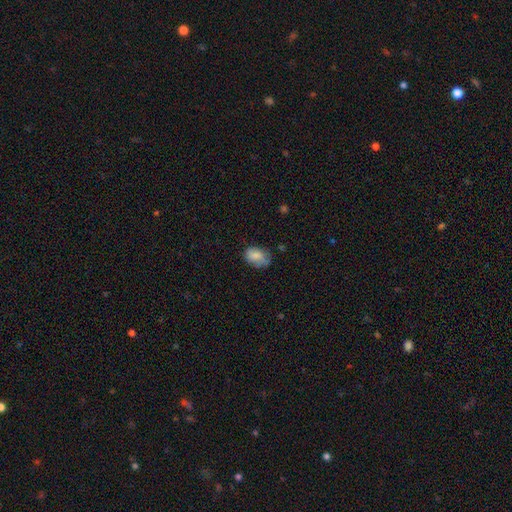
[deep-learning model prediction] smooth 78%, featured or disk 14%, star or artifact 8%. Down the decision tree: how rounded — in between (82%); merging — none (57%).